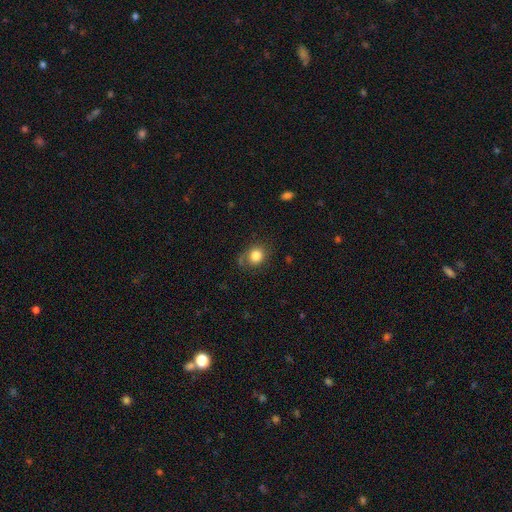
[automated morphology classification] smooth 81%, star or artifact 10%, featured or disk 9%. Down the decision tree: how rounded — round (71%); merging — none (70%).